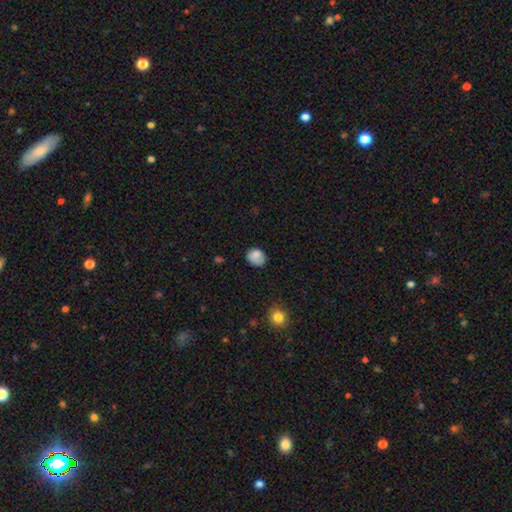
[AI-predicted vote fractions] Smooth or featured? Predicted: smooth (p=0.80). How rounded? Predicted: round (p=0.58). Merging? Predicted: none (p=0.64).